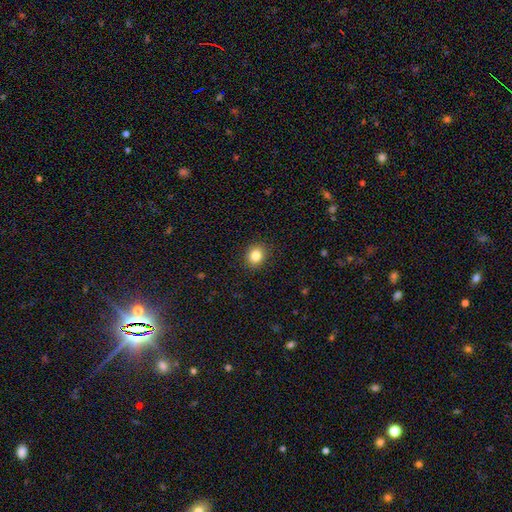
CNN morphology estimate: Smooth or featured? Predicted: smooth (p=0.83). How rounded? Predicted: round (p=0.73). Merging? Predicted: none (p=0.91).